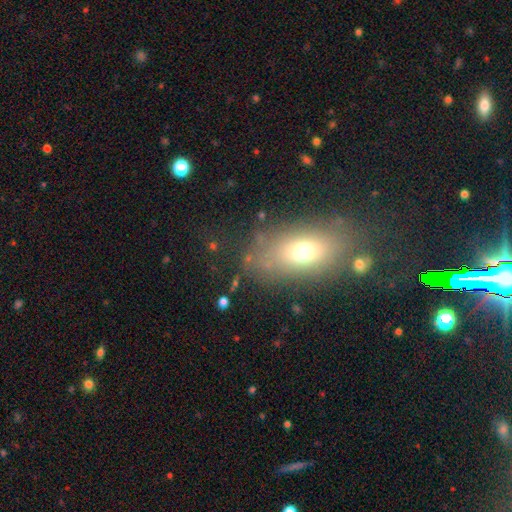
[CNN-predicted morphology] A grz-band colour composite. It shows a smooth galaxy with no disk features (63%) that is in between round and cigar-shaped (81%). Merging: none (71%).